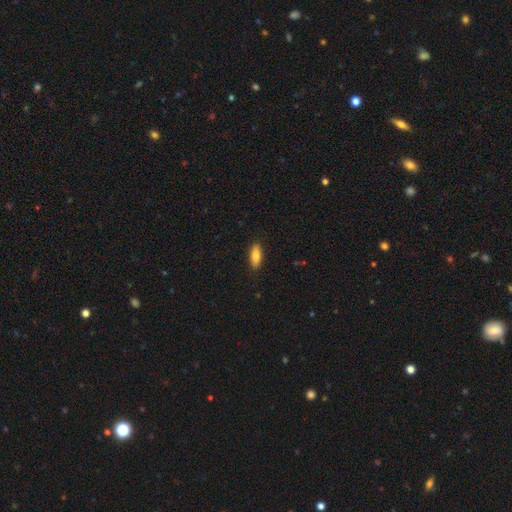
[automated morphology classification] Smooth or featured? Predicted: smooth (p=0.77). How rounded? Predicted: in between (p=0.69). Merging? Predicted: none (p=0.89).